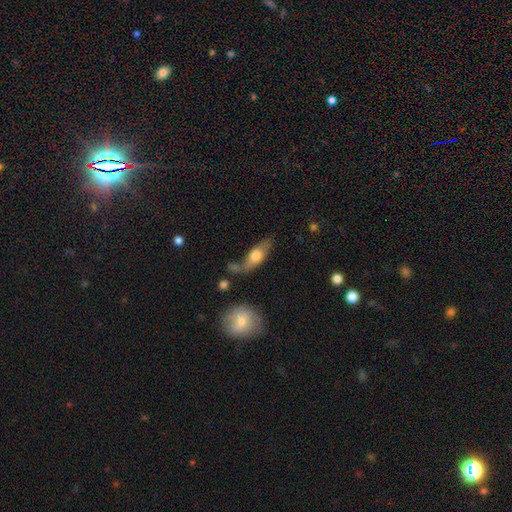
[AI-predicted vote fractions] smooth 58%, featured or disk 35%, star or artifact 7%. Down the decision tree: how rounded — in between (67%); merging — none (49%).